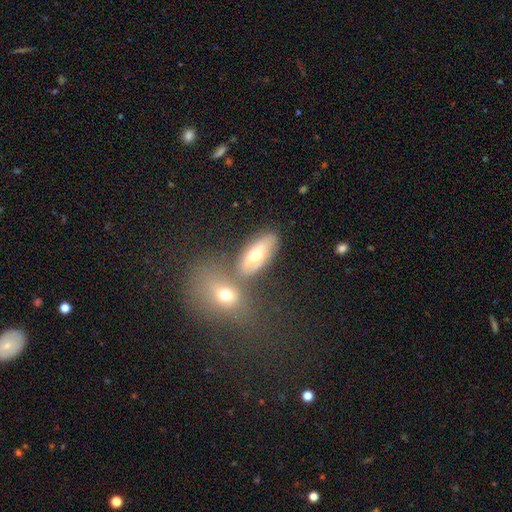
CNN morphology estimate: The model was most divided on "smooth or featured": smooth: 60%, featured or disk: 30%, star or artifact: 10%. More confident: how rounded — in between (79%); merging — none (60%).